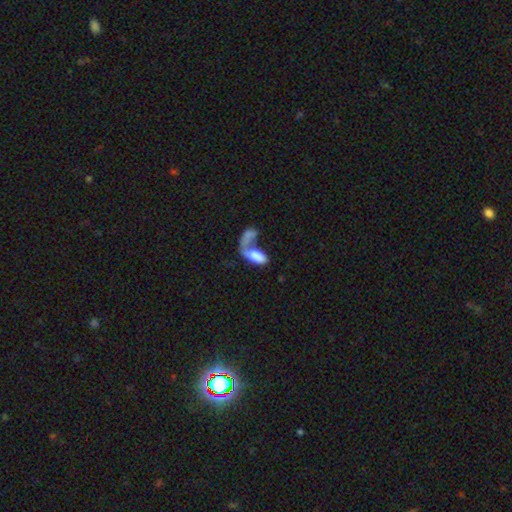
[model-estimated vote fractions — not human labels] A smooth galaxy with no disk features (70%) that is in between round and cigar-shaped (87%). Merging: merger (60%).